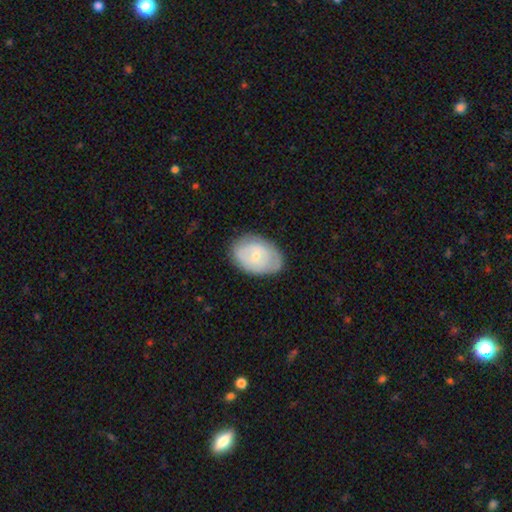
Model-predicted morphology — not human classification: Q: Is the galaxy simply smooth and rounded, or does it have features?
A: smooth — 54%.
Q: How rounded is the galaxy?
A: in between — 79%.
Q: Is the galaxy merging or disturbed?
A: none — 73%.